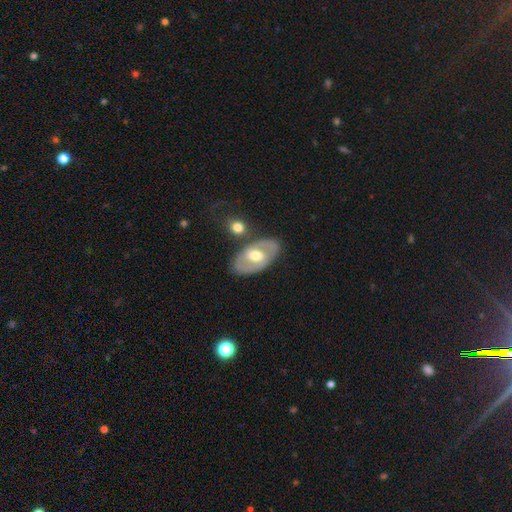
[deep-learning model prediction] This appears to be a featured or disk galaxy (61%) with no bar (60%), no spiral arms (59%) and a moderate central bulge (74%). Merging: none (72%).